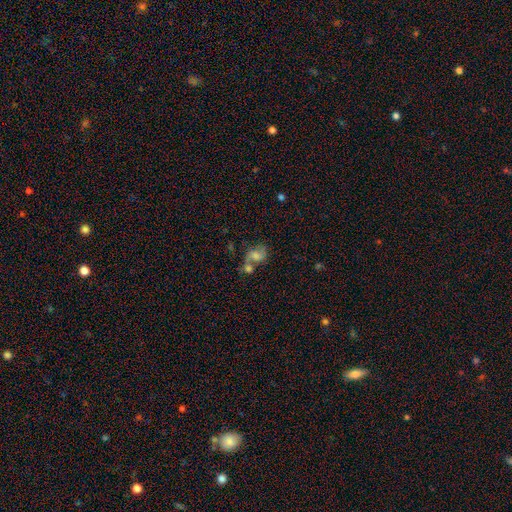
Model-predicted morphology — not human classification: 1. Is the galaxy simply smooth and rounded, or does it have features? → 45% featured or disk, 43% smooth, 12% star or artifact.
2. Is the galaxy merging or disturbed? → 49% merger, 26% none, 13% minor disturbance, 12% major disturbance.